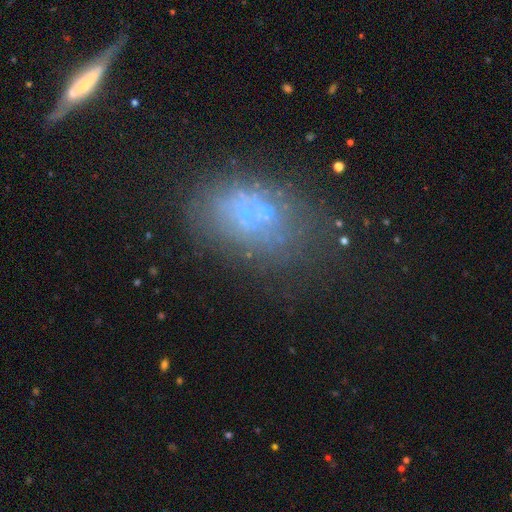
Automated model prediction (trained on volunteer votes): smooth-or-featured: smooth: 36% | featured or disk: 34% | star or artifact: 30%
  merging: none: 53% | merger: 18% | minor disturbance: 17% | major disturbance: 13%